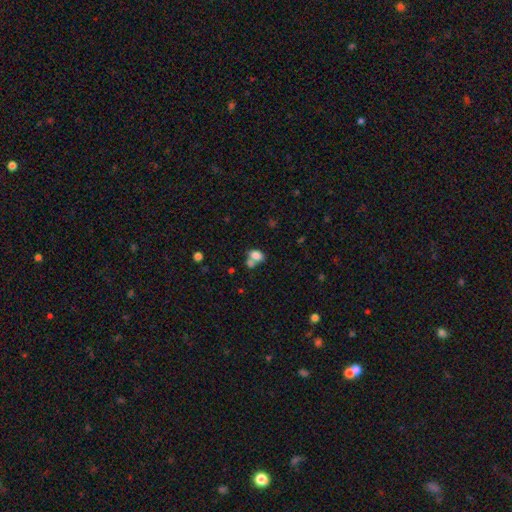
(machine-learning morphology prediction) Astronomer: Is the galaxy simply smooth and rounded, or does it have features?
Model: smooth — 80%.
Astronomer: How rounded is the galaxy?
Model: in between — 76%.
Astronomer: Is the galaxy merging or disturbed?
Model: merger — 46% (runner-up: none, 38%).